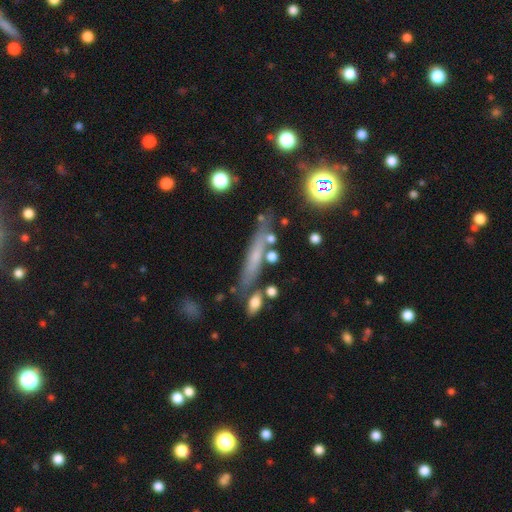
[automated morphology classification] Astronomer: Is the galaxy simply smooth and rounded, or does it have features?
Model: smooth — 50% (runner-up: featured or disk, 35%).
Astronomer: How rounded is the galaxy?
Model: cigar-shaped — 86%.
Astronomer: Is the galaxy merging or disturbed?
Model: none — 73%.